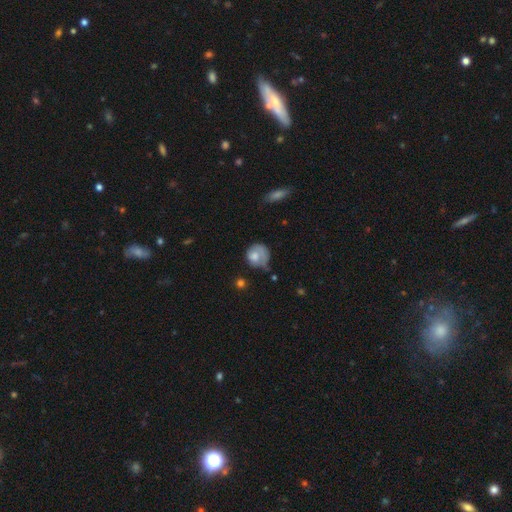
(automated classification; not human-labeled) A smooth galaxy with no disk features (68%) that is round (77%).

Vote fractions:
- Smooth or featured? smooth: 68% / featured or disk: 25% / star or artifact: 7%
- How rounded? round: 77% / in between: 22% / cigar-shaped: 1%
- Merging? none: 38% / minor disturbance: 32% / major disturbance: 25% / merger: 5%